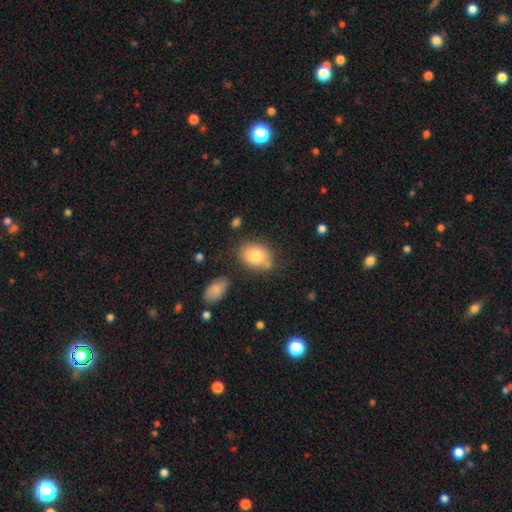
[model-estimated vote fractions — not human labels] smooth_or_featured: smooth (p=0.80) [alt: featured or disk p=0.12]
how_rounded: in between (p=0.68) [alt: round p=0.31]
merging: none (p=0.68) [alt: minor disturbance p=0.19]